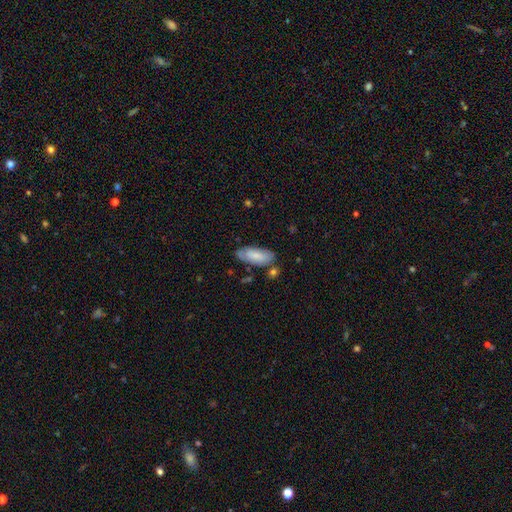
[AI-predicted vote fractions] Overall: smooth (73%). How rounded: in between (78%). Merging: none (70%).